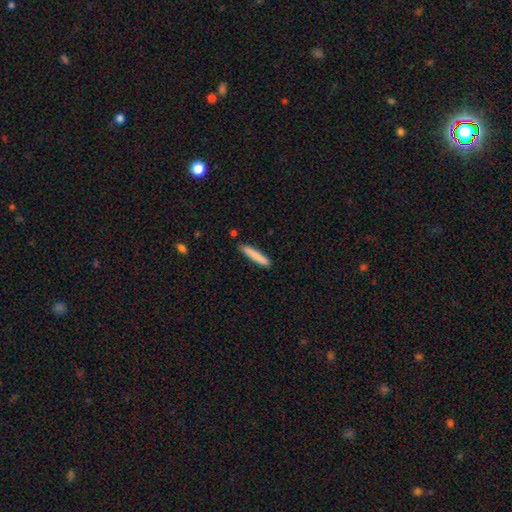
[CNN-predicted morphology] The model was most divided on "smooth or featured": smooth: 83%, featured or disk: 11%, star or artifact: 6%. More confident: how rounded — cigar-shaped (91%); merging — none (85%).